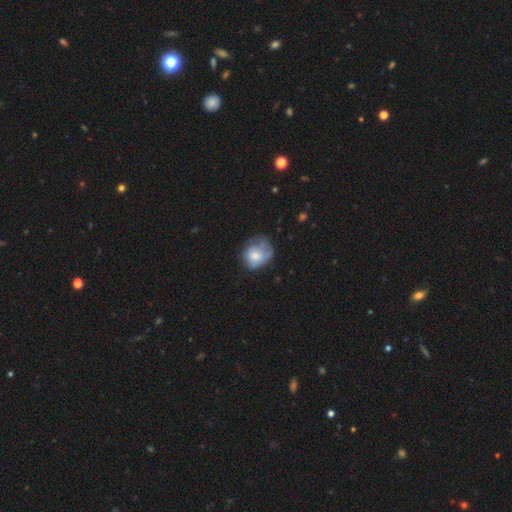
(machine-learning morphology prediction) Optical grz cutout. It shows a smooth galaxy with no disk features (66%) that is round (60%). Merging: none (38%).